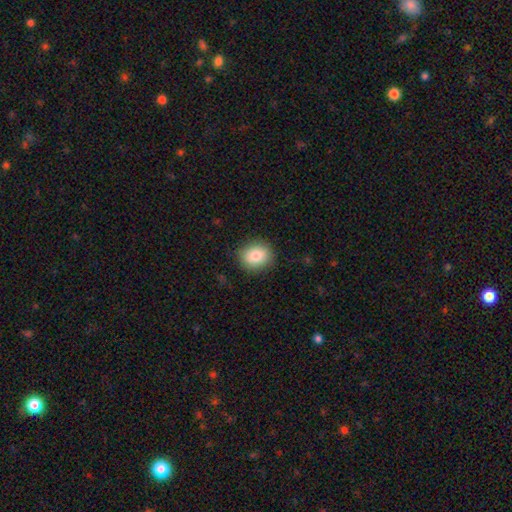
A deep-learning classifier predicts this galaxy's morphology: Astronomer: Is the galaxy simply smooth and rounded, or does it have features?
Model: smooth — 83%.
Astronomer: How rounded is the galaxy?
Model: round — 68%.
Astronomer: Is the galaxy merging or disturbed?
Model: none — 88%.